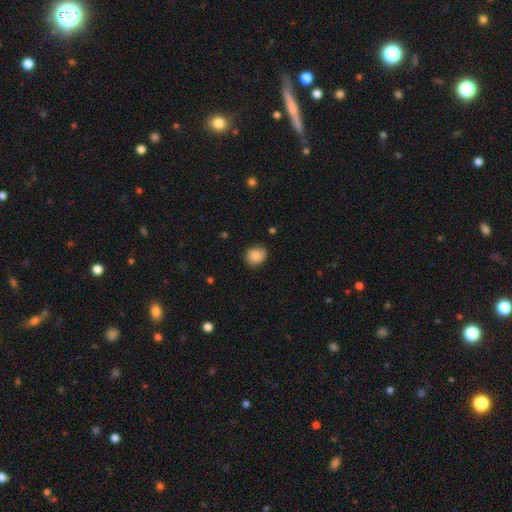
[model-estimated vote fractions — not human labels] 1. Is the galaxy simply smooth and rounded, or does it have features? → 83% smooth, 9% featured or disk, 8% star or artifact.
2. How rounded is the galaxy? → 67% round, 32% in between, 1% cigar-shaped.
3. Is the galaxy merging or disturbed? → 74% none, 20% minor disturbance, 4% major disturbance, 1% merger.